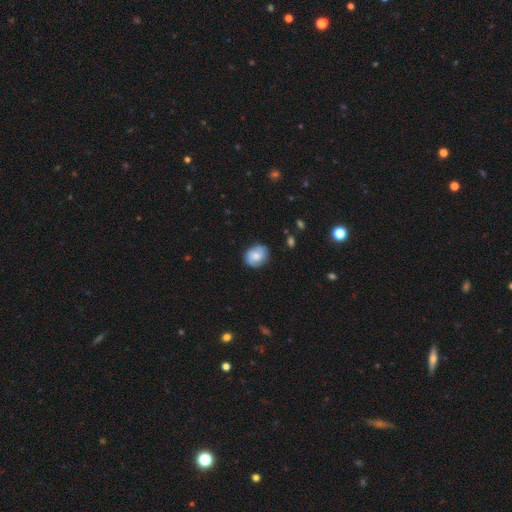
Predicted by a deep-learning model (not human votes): smooth_or_featured: smooth (p=0.65) [alt: featured or disk p=0.26]
how_rounded: round (p=0.57) [alt: in between p=0.42]
merging: none (p=0.79) [alt: minor disturbance p=0.16]